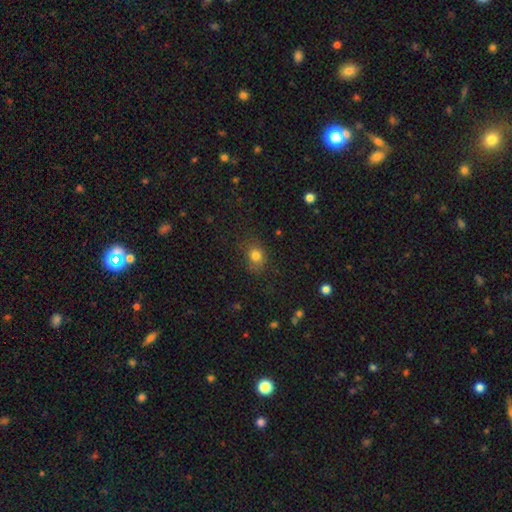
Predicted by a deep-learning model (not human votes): This appears to be a smooth galaxy with no disk features (79%) that is round (56%). Merging: none (75%).